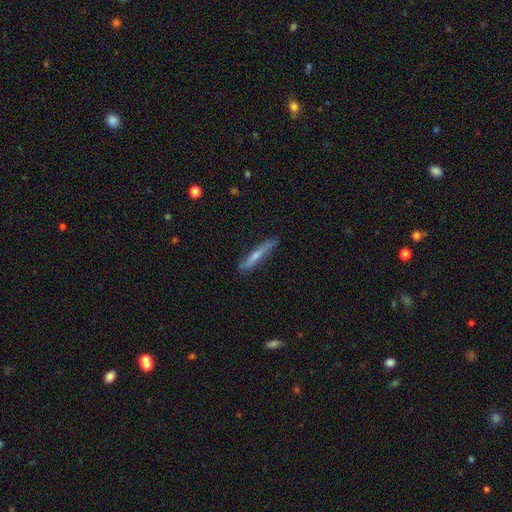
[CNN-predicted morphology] Smooth or featured? featured or disk (52%)
Edge-on disk? yes (91%)
Merging? none (84%)